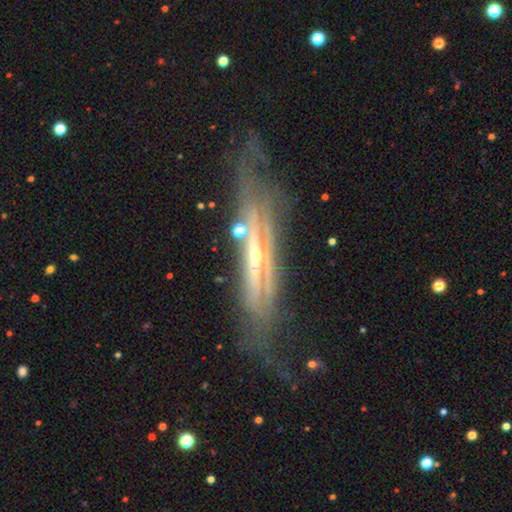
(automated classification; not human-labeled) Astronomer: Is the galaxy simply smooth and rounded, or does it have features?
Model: featured or disk — 81%.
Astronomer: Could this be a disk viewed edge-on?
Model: yes — 75%.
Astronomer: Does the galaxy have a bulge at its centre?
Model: rounded — 57% (runner-up: none, 36%).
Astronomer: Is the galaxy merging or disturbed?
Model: none — 56%.